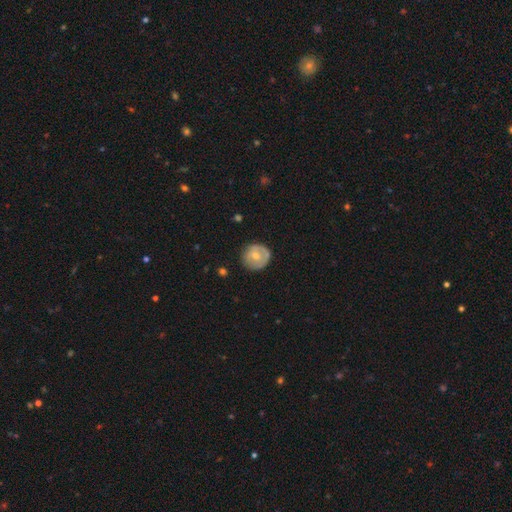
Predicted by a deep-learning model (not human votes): Smooth or featured? Predicted: smooth (p=0.55). How rounded? Predicted: round (p=0.90). Merging? Predicted: none (p=0.78).